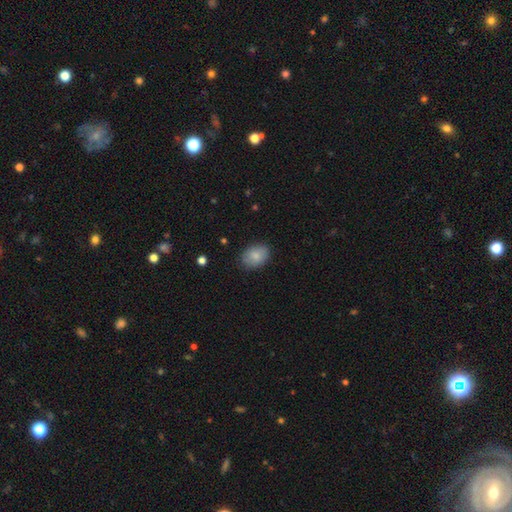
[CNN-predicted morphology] This is clearly a smooth galaxy (84%). How rounded: likely in between (74%). Merging: clearly none (83%).